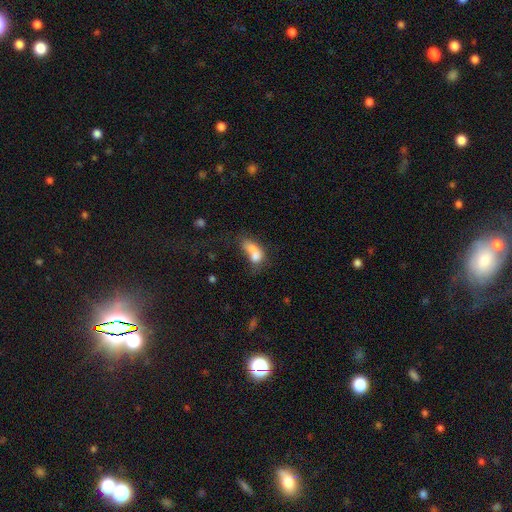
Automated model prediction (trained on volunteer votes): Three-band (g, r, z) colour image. It shows a smooth galaxy with no disk features (68%) that is in between round and cigar-shaped (77%). Merging: merger (57%).